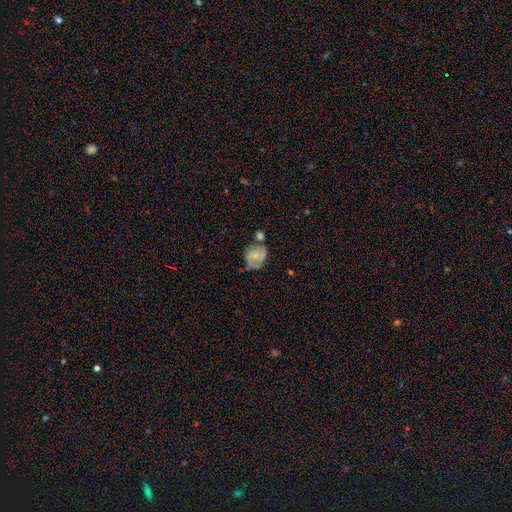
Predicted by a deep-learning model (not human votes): Smooth or featured? Predicted: featured or disk (p=0.71). Edge-on disk? Predicted: no (p=0.98). Bar? Predicted: no (p=0.65). Spiral arms? Predicted: yes (p=0.92). Spiral winding? Predicted: tight (p=0.46). Spiral arm count? Predicted: 2 (p=0.61). Bulge size? Predicted: small (p=0.61). Merging? Predicted: none (p=0.50).